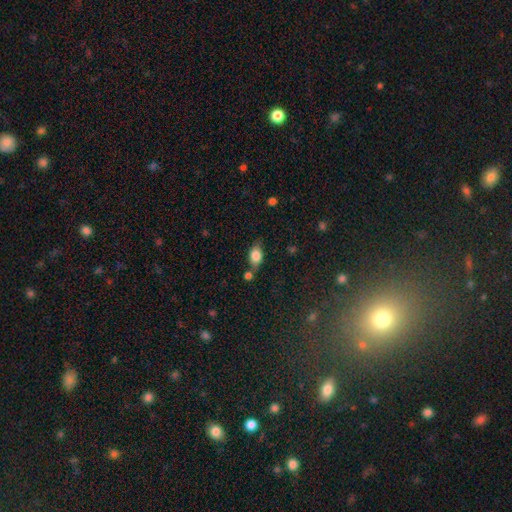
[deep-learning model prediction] Smooth or featured: smooth — 81% (featured or disk — 10%)
How rounded: in between — 84% (round — 13%)
Merging: none — 60% (minor disturbance — 18%)